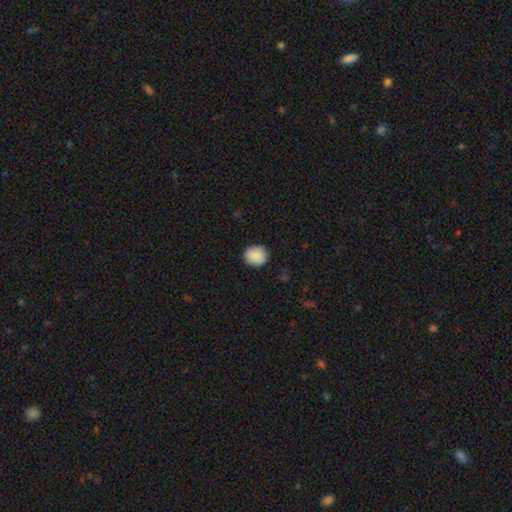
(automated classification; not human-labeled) The model was most divided on "how rounded": round: 82%, in between: 17%, cigar-shaped: 1%. More confident: smooth or featured — smooth (89%); merging — none (88%).